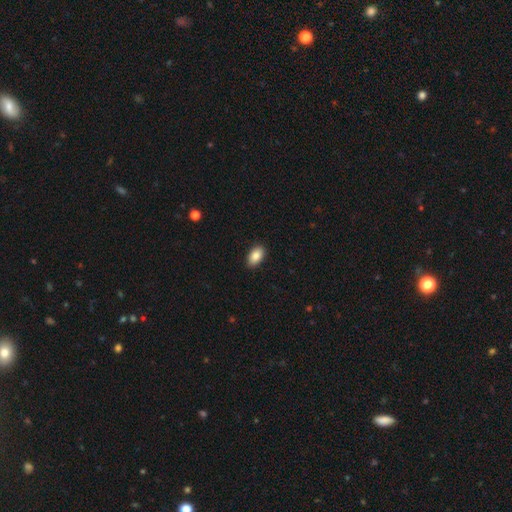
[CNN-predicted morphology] A smooth galaxy with no disk features (86%) that is in between round and cigar-shaped (93%). Merging: none (89%).